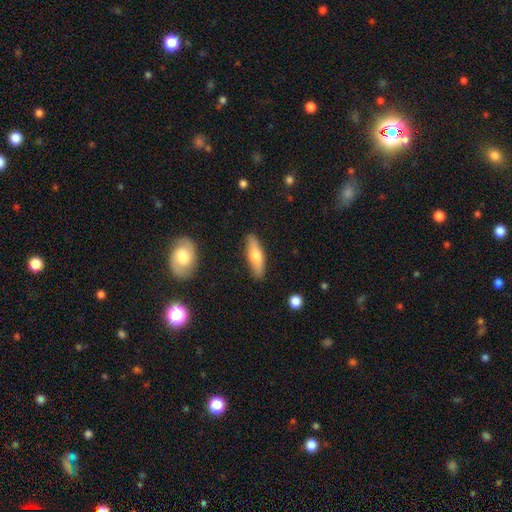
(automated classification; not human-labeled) Smooth or featured?
  - smooth: 64% *
  - featured or disk: 30%
  - star or artifact: 6%
How rounded?
  - cigar-shaped: 53% *
  - in between: 44%
  - round: 2%
Merging?
  - none: 87% *
  - minor disturbance: 9%
  - major disturbance: 2%
  - merger: 2%